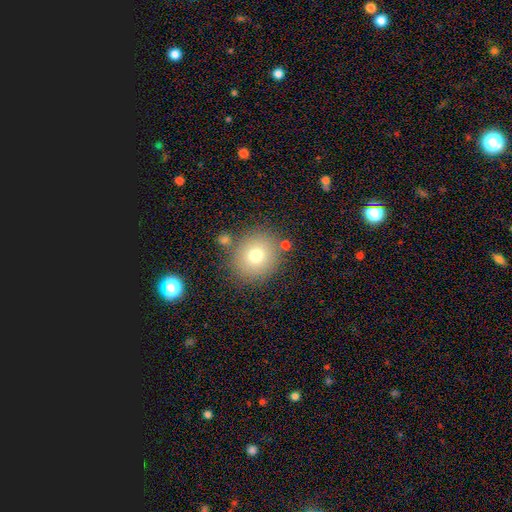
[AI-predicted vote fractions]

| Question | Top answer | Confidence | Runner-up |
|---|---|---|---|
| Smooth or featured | smooth | 73% | featured or disk (14%) |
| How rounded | round | 85% | in between (14%) |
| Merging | none | 80% | minor disturbance (10%) |